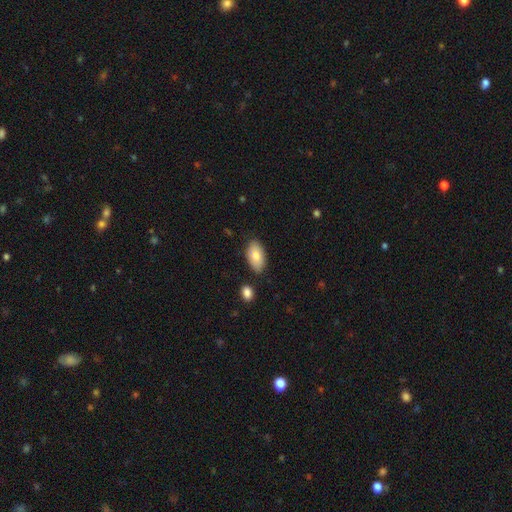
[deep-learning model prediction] This is likely a smooth galaxy (80%). How rounded: clearly in between (94%). Merging: clearly none (80%).